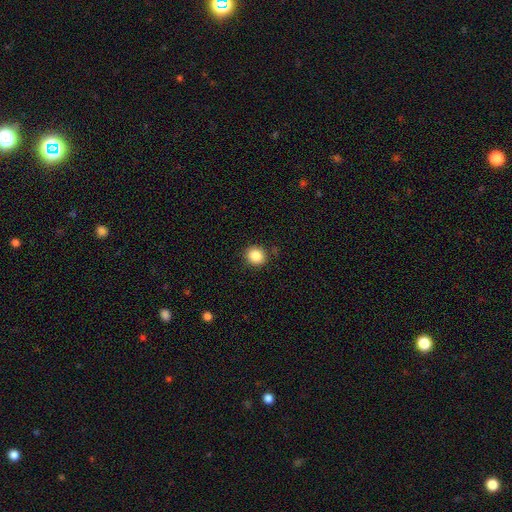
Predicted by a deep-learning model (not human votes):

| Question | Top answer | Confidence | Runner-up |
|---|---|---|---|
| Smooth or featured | smooth | 86% | star or artifact (10%) |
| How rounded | round | 82% | in between (17%) |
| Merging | none | 87% | minor disturbance (9%) |